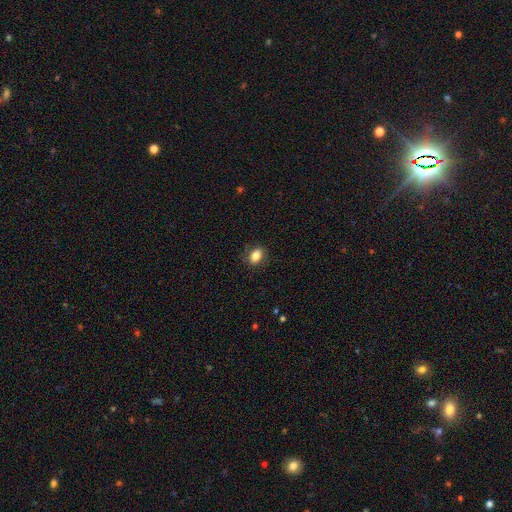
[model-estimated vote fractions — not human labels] smooth 82%, featured or disk 10%, star or artifact 8%. Down the decision tree: how rounded — in between (79%); merging — none (81%).